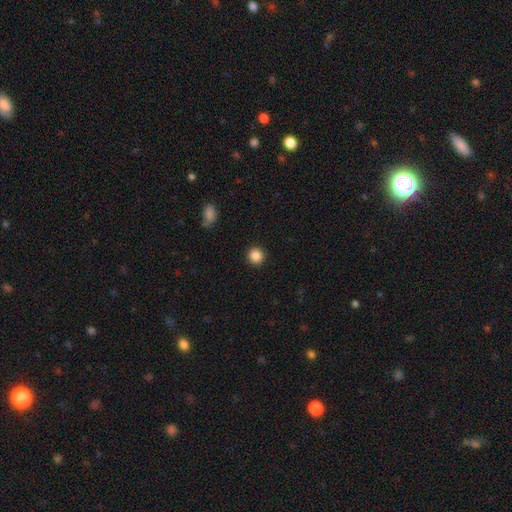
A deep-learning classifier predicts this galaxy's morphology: Q: Smooth or featured?
A: smooth (87%); runner-up: star or artifact (10%)
Q: How rounded?
A: round (94%); runner-up: in between (5%)
Q: Merging?
A: none (92%); runner-up: minor disturbance (5%)